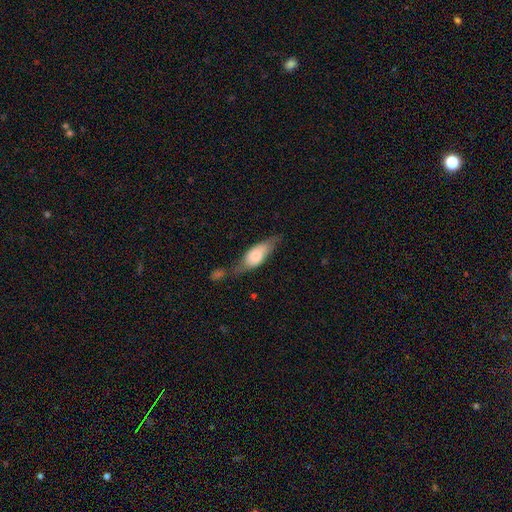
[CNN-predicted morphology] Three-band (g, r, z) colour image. It shows a smooth galaxy with no disk features (63%) that is in between round and cigar-shaped (70%). Merging: none (42%).